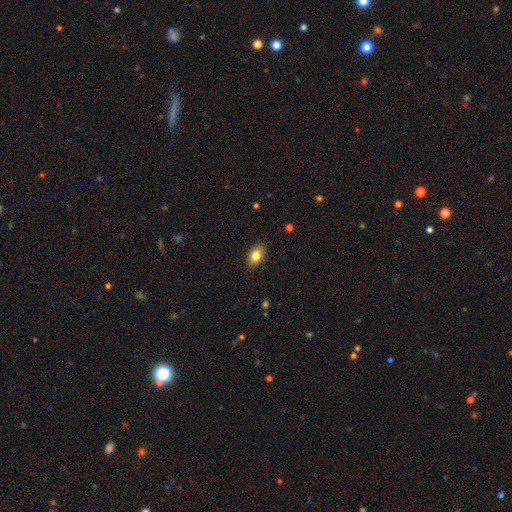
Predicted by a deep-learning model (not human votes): Overall: smooth (83%). How rounded: in between (82%). Merging: none (88%).